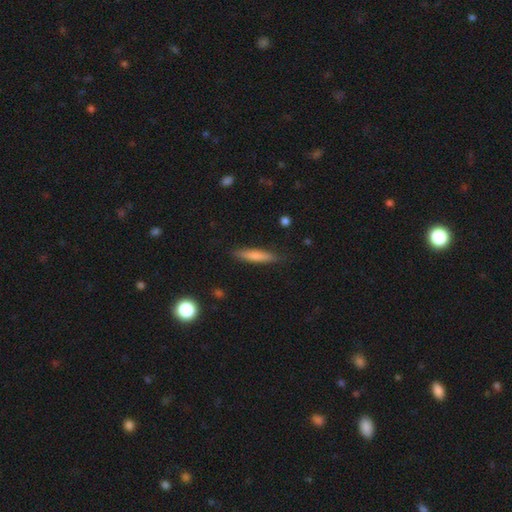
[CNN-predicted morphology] A smooth galaxy with no disk features (73%) that is cigar-shaped (88%).

Vote fractions:
- Smooth or featured? smooth: 73% / featured or disk: 21% / star or artifact: 6%
- How rounded? cigar-shaped: 88% / in between: 11% / round: 1%
- Merging? none: 87% / minor disturbance: 10% / major disturbance: 2% / merger: 1%